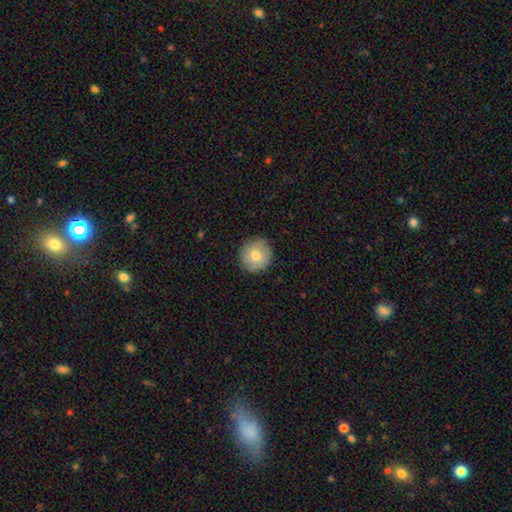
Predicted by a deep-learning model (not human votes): smooth-or-featured: smooth: 72% | featured or disk: 20% | star or artifact: 8%
  how-rounded: round: 94% | in between: 5% | cigar-shaped: 1%
  merging: none: 87% | minor disturbance: 9% | major disturbance: 2% | merger: 1%